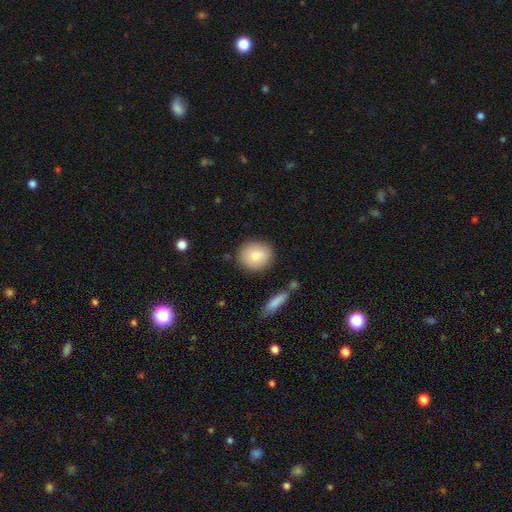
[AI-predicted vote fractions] Overall: smooth (84%). How rounded: round (78%). Merging: none (83%).